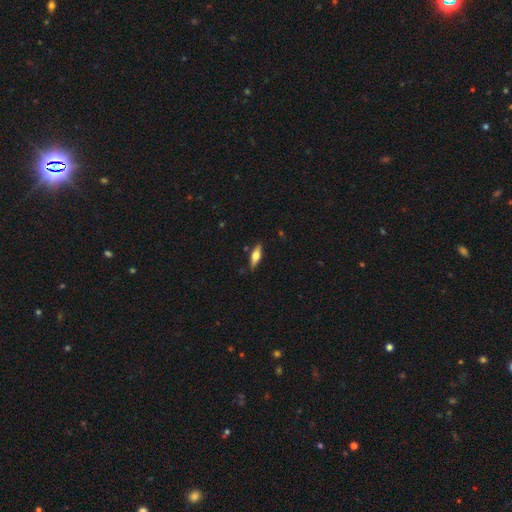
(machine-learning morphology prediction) A smooth galaxy with no disk features (57%) that is in between round and cigar-shaped (58%). Merging: none (83%).